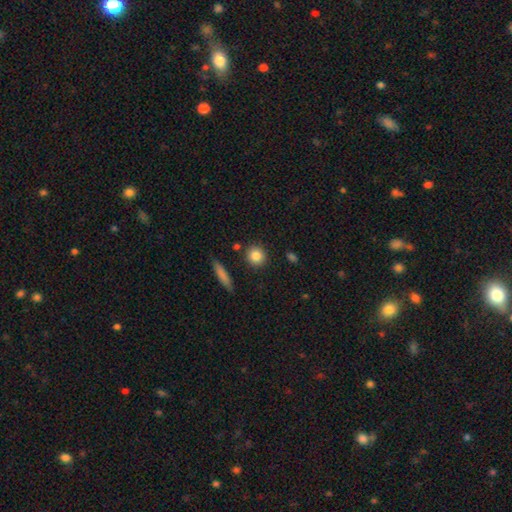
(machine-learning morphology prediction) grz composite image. It shows a smooth galaxy with no disk features (84%) that is round (87%). Merging: none (86%).